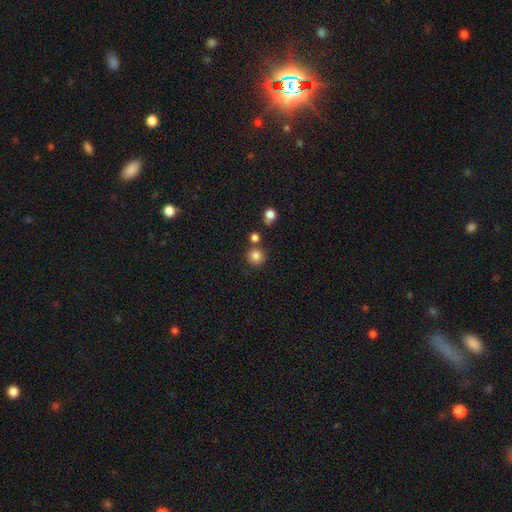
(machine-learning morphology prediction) smooth-or-featured: smooth: 84% | star or artifact: 11% | featured or disk: 5%
  how-rounded: round: 93% | in between: 6% | cigar-shaped: 1%
  merging: none: 77% | merger: 12% | minor disturbance: 8% | major disturbance: 3%